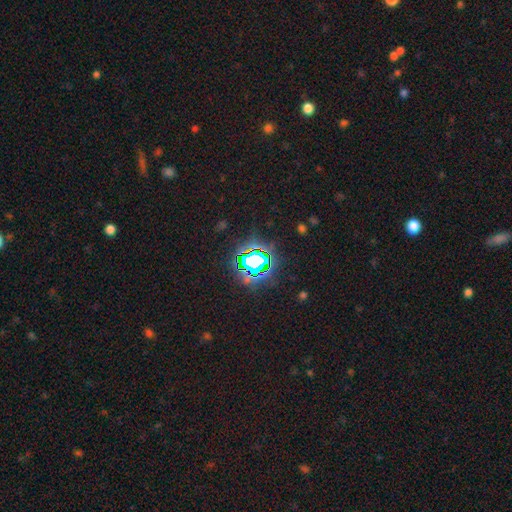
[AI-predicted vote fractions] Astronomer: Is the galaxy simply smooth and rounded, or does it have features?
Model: star or artifact — 76%.